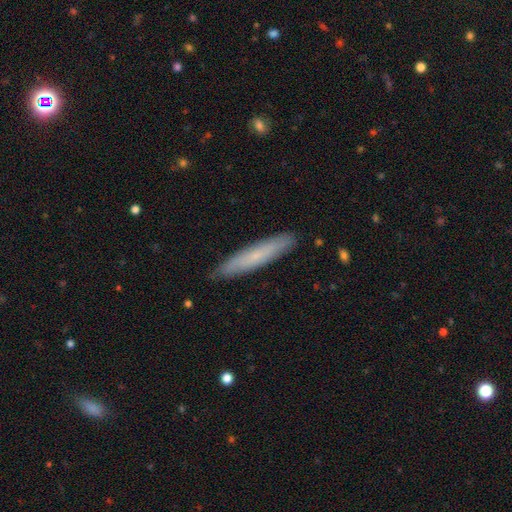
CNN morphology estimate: Overall: smooth (60%; featured or disk 33%). How rounded: cigar-shaped (92%). Merging: none (89%).